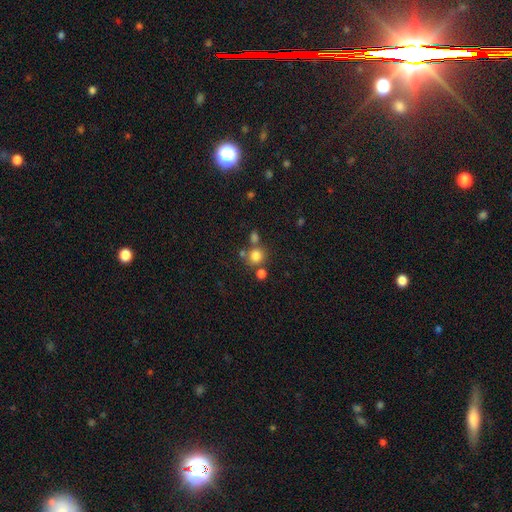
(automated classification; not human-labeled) Overall: smooth (79%). How rounded: round (89%). Merging: none (66%).